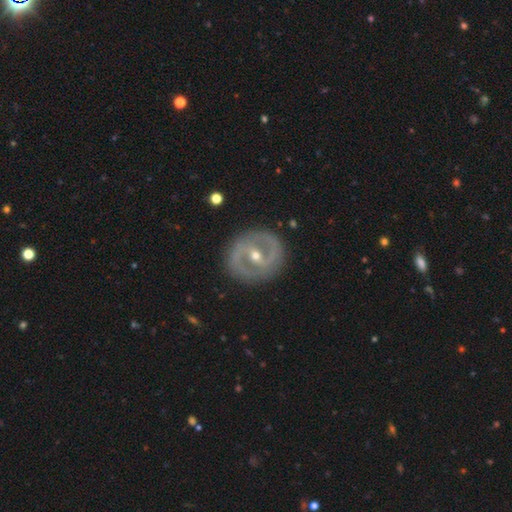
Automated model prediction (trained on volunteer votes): Overall: featured or disk (85%). Edge-on disk: no (96%). Bar: strong (41%; weak 39%). Spiral arms: yes (80%). Spiral arm count: 2 (88%). Spiral winding: medium (46%; tight 38%). Bulge size: moderate (49%; small 48%). Merging: none (86%).